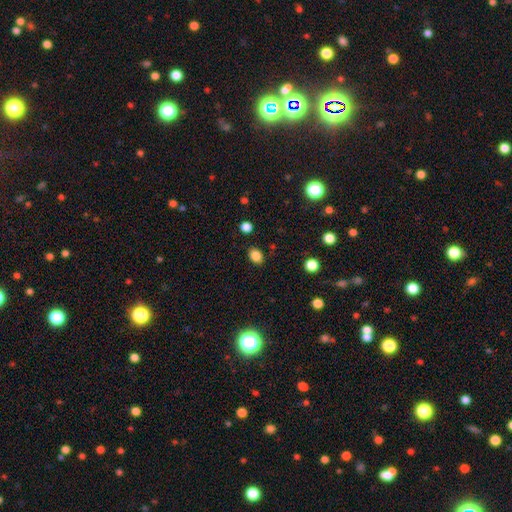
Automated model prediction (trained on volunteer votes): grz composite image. It shows a smooth galaxy with no disk features (84%) that is in between round and cigar-shaped (62%). Merging: none (86%).